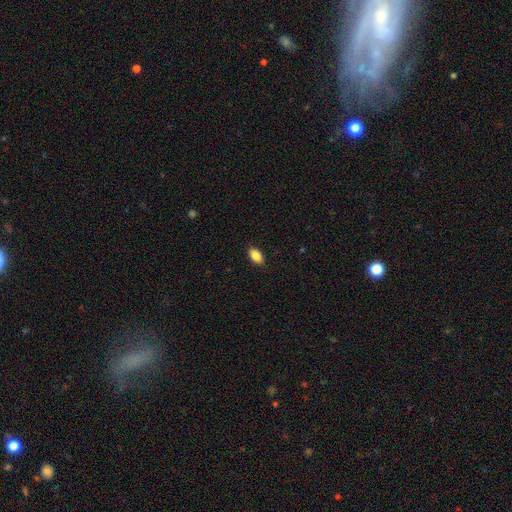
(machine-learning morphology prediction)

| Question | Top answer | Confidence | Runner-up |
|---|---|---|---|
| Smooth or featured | smooth | 87% | star or artifact (8%) |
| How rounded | in between | 92% | round (5%) |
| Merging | none | 88% | minor disturbance (9%) |